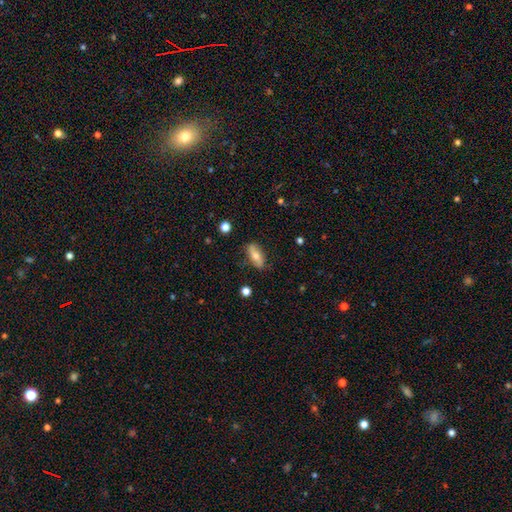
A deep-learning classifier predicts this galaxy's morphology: Smooth or featured? Predicted: smooth (p=0.65). How rounded? Predicted: in between (p=0.74). Merging? Predicted: none (p=0.81).